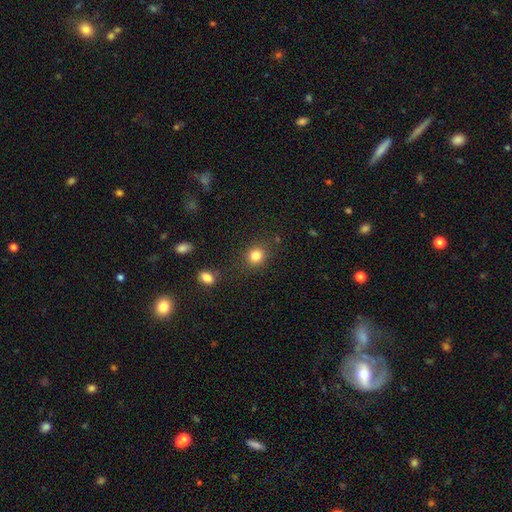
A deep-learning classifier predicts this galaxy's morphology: Smooth or featured? smooth (84%)
How rounded? round (81%)
Merging? none (84%)